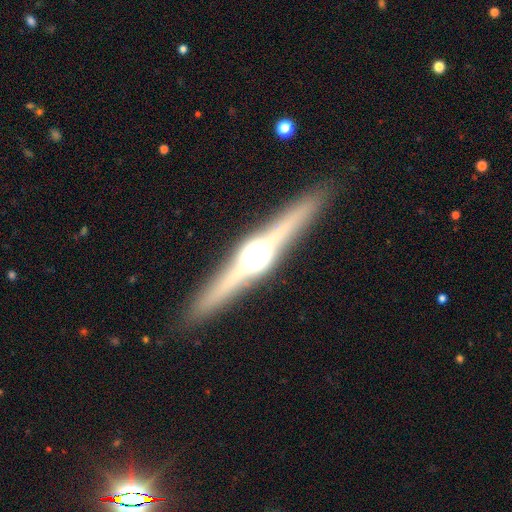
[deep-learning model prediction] smooth_or_featured: featured or disk (p=0.80) [alt: smooth p=0.13]
disk_edge_on: yes (p=0.97) [alt: no p=0.03]
edge_on_bulge: rounded (p=0.91) [alt: boxy p=0.08]
merging: none (p=0.89) [alt: minor disturbance p=0.08]